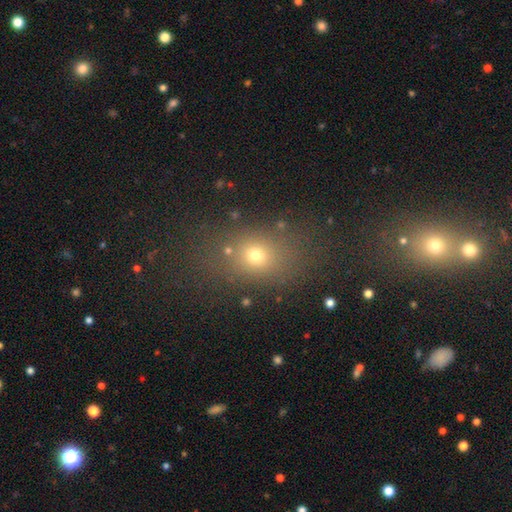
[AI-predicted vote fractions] smooth 66%, star or artifact 21%, featured or disk 12%. Down the decision tree: how rounded — in between (57%); merging — none (75%).